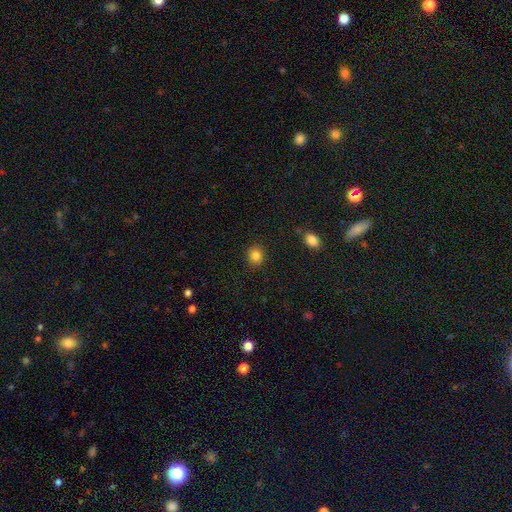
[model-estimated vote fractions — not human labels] Morphology: type=smooth (85%); roundness=round (75%); merging=none (89%).